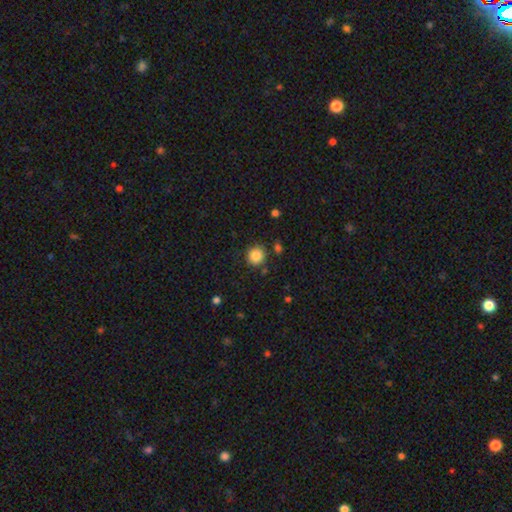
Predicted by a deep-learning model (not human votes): smooth 86%, star or artifact 10%, featured or disk 4%. Down the decision tree: how rounded — round (91%); merging — none (84%).